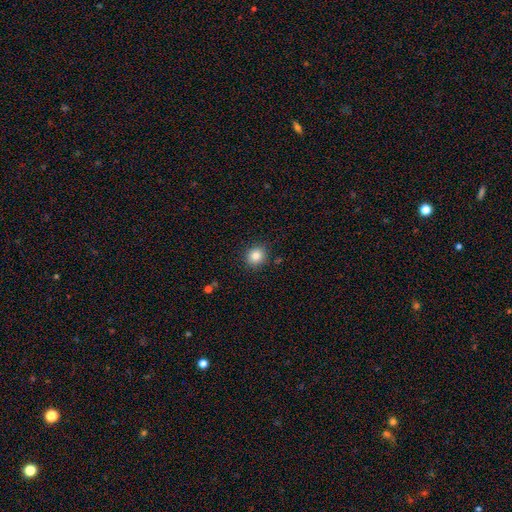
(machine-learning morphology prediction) smooth_or_featured: smooth (p=0.84) [alt: star or artifact p=0.10]
how_rounded: round (p=0.83) [alt: in between p=0.16]
merging: none (p=0.88) [alt: minor disturbance p=0.08]